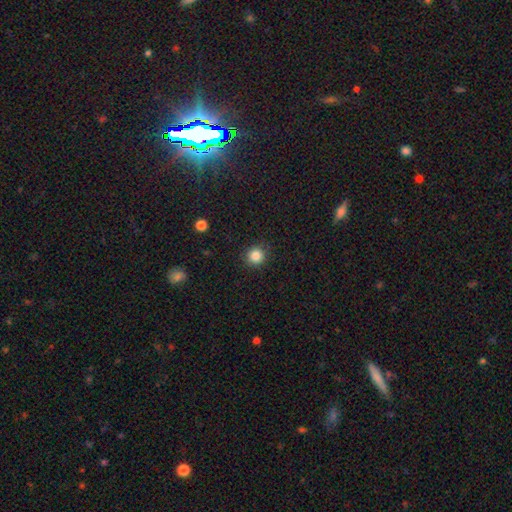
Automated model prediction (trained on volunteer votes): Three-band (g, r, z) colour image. It shows a smooth galaxy with no disk features (85%) that is round (93%). Merging: none (91%).